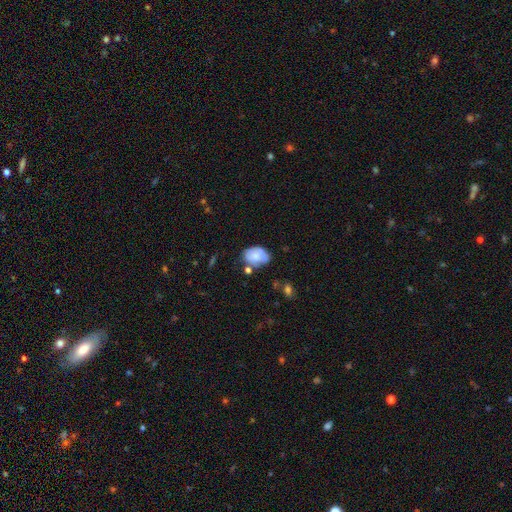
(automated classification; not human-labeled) The model was most divided on "merging": none: 47%, minor disturbance: 30%, merger: 13%, major disturbance: 10%. More confident: how rounded — in between (76%); smooth or featured — smooth (68%).